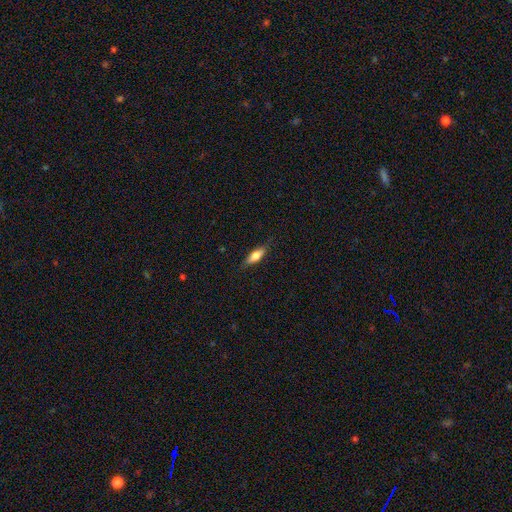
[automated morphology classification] Q: Smooth or featured?
A: smooth (71%); runner-up: featured or disk (23%)
Q: How rounded?
A: in between (57%); runner-up: cigar-shaped (40%)
Q: Merging?
A: none (83%); runner-up: minor disturbance (14%)